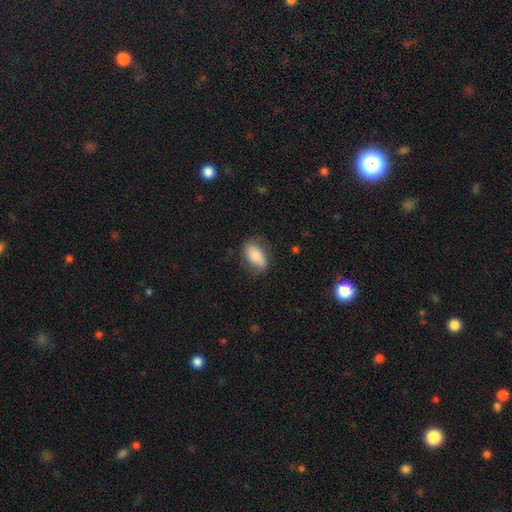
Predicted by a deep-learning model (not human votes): Smooth or featured?
  - smooth: 74% *
  - featured or disk: 19%
  - star or artifact: 7%
How rounded?
  - in between: 89% *
  - round: 7%
  - cigar-shaped: 3%
Merging?
  - none: 74% *
  - minor disturbance: 19%
  - major disturbance: 5%
  - merger: 1%